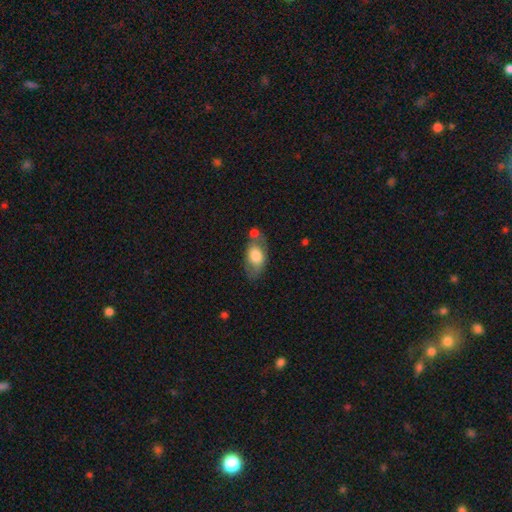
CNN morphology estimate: Smooth or featured: smooth — 68% (featured or disk — 26%)
How rounded: in between — 89% (round — 7%)
Merging: none — 51% (minor disturbance — 22%)